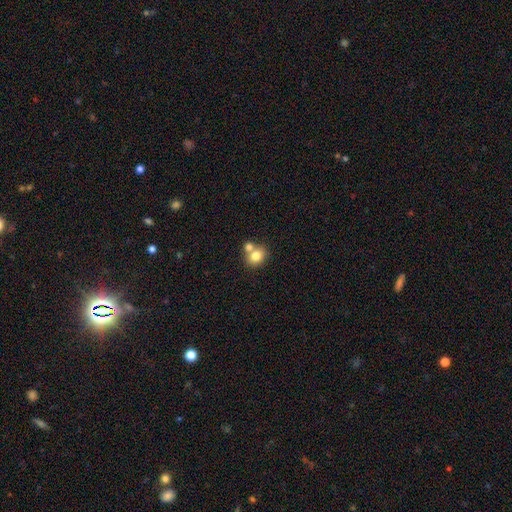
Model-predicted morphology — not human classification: Smooth or featured? smooth (78%)
How rounded? round (63%)
Merging? merger (45%)